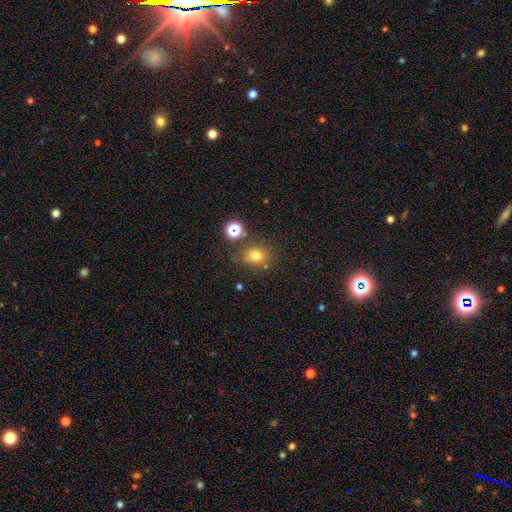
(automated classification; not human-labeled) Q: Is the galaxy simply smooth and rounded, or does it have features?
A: smooth — 73%.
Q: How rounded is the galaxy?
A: round — 60%.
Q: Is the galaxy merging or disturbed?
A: none — 73%.